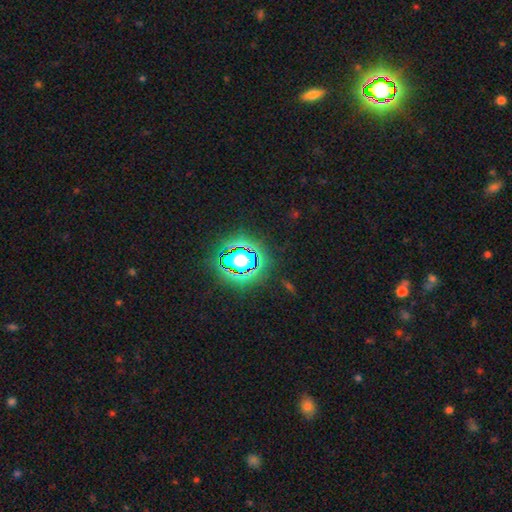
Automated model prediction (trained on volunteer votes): smooth_or_featured: star or artifact (p=0.79) [alt: smooth p=0.13]